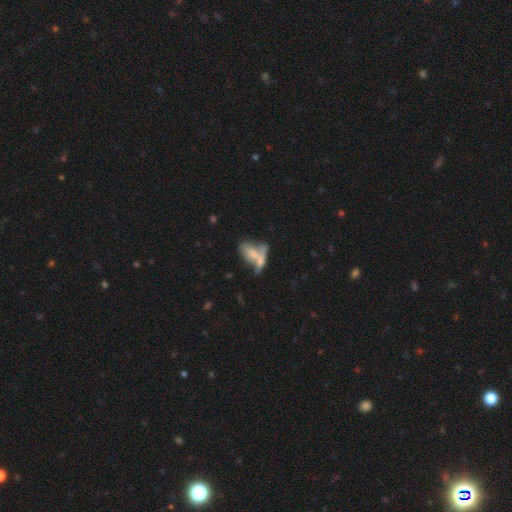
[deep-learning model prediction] The model was most divided on "smooth or featured": smooth: 59%, featured or disk: 31%, star or artifact: 10%. More confident: how rounded — in between (74%); merging — merger (57%).